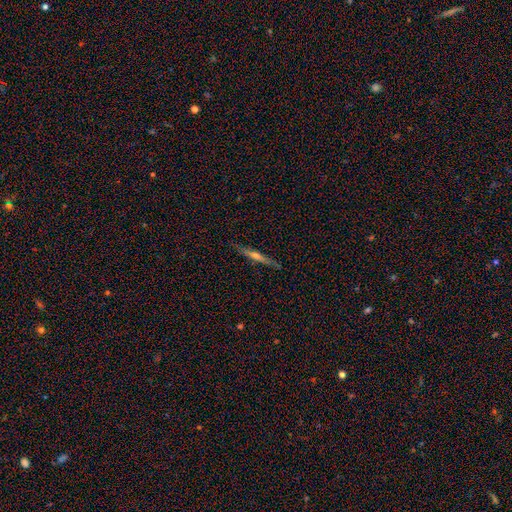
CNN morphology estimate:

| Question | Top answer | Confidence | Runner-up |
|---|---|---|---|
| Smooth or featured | featured or disk | 65% | smooth (28%) |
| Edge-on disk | yes | 96% | no (4%) |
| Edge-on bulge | rounded | 72% | none (21%) |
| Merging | none | 87% | minor disturbance (10%) |